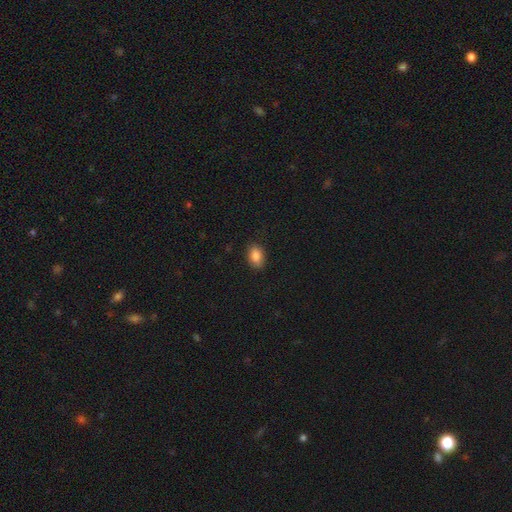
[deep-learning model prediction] smooth_or_featured: smooth (p=0.86) [alt: star or artifact p=0.09]
how_rounded: in between (p=0.81) [alt: round p=0.18]
merging: none (p=0.85) [alt: minor disturbance p=0.12]